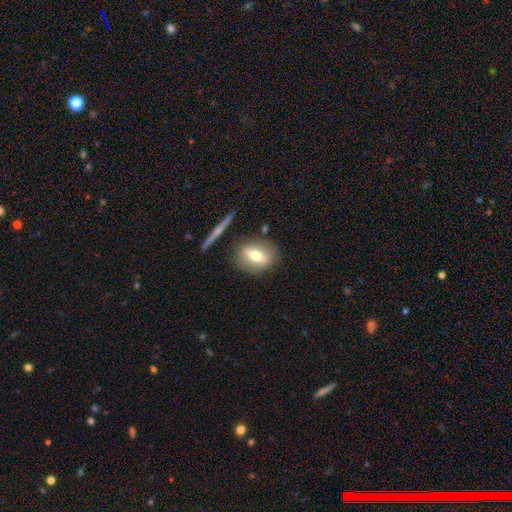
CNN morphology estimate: Smooth or featured?
  - smooth: 56% *
  - featured or disk: 36%
  - star or artifact: 8%
How rounded?
  - in between: 57% *
  - round: 37%
  - cigar-shaped: 6%
Merging?
  - none: 81% *
  - minor disturbance: 12%
  - merger: 4%
  - major disturbance: 4%